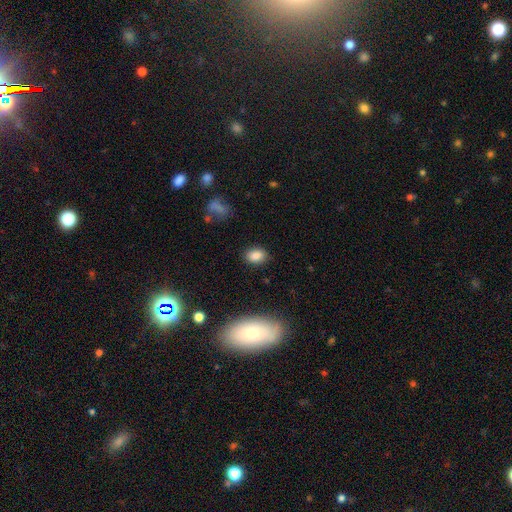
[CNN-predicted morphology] type=smooth (85%); roundness=in between (75%); merging=none (85%).